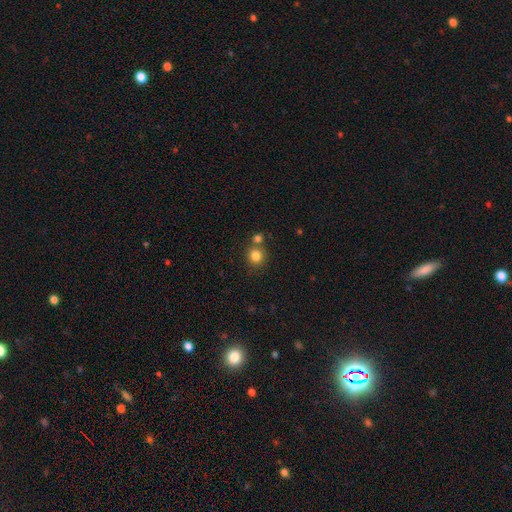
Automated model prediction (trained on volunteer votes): smooth_or_featured: smooth (p=0.83) [alt: star or artifact p=0.11]
how_rounded: round (p=0.88) [alt: in between p=0.11]
merging: none (p=0.65) [alt: merger p=0.23]